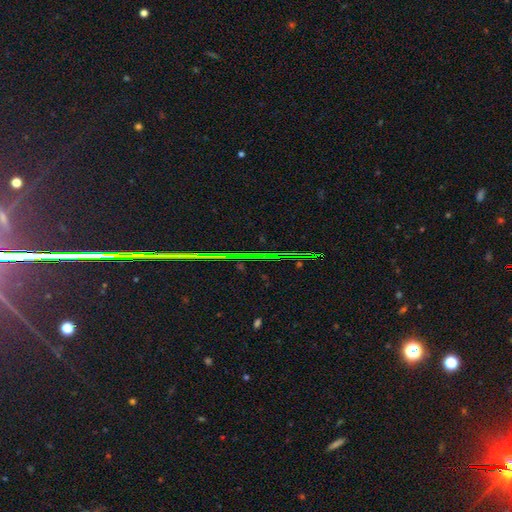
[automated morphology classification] This is clearly a star or artifact rather than a galaxy (83%).